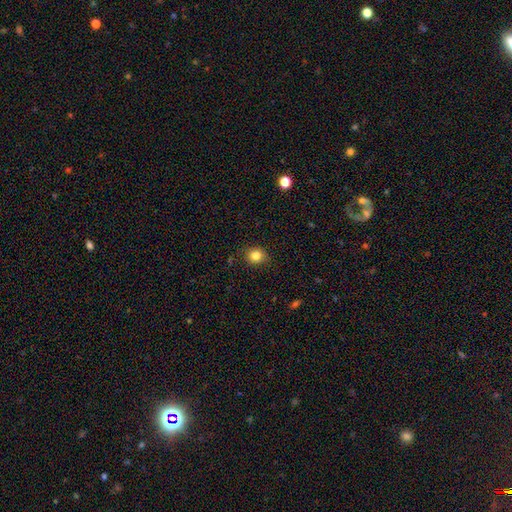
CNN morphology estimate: Smooth or featured: smooth — 83% (star or artifact — 11%)
How rounded: round — 79% (in between — 20%)
Merging: none — 85% (minor disturbance — 11%)